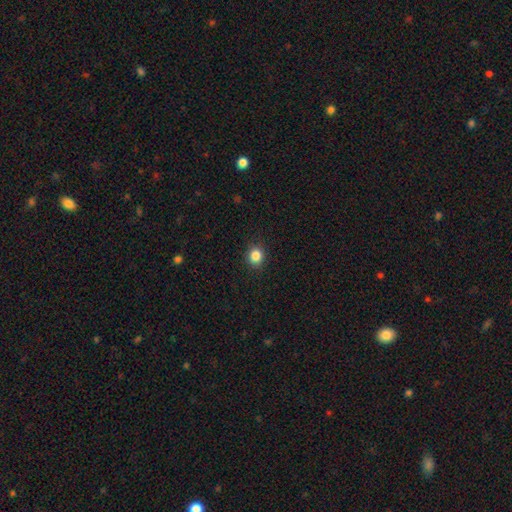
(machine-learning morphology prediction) type=smooth (85%); roundness=round (79%); merging=none (90%).